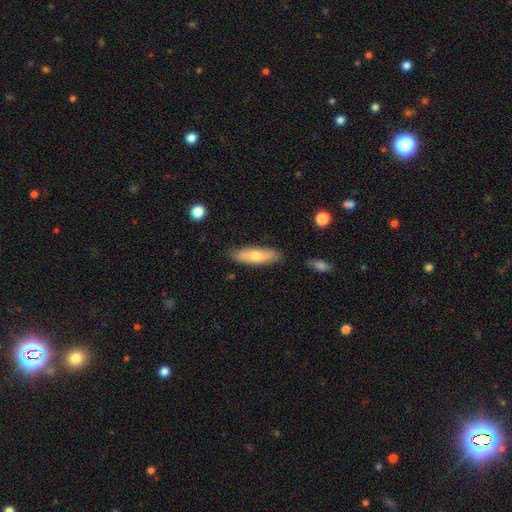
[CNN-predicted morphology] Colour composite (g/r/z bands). It shows a smooth galaxy with no disk features (66%) that is cigar-shaped (53%). Merging: none (85%).